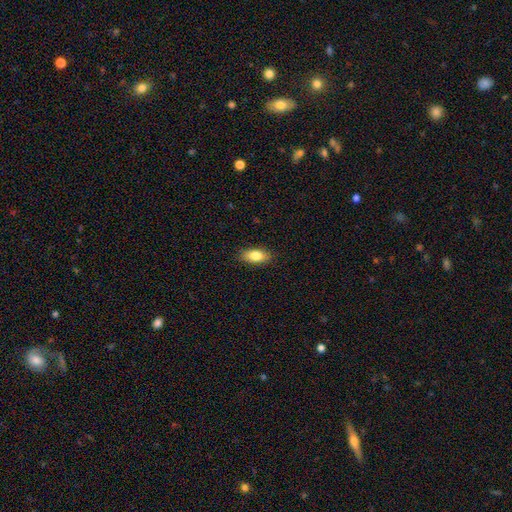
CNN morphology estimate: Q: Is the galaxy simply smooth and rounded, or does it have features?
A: smooth — 81%.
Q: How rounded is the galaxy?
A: in between — 85%.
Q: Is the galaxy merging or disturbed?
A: none — 88%.